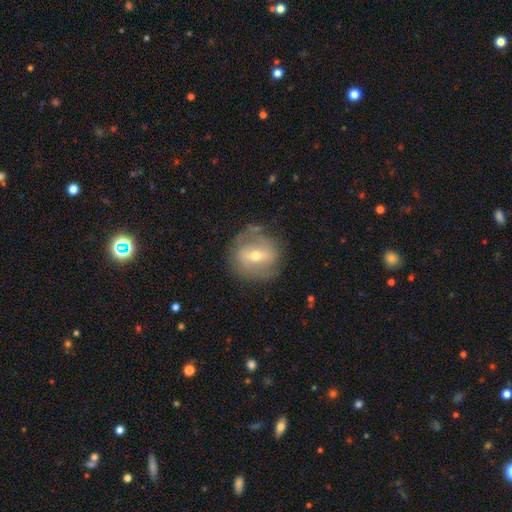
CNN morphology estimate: Q: Smooth or featured?
A: featured or disk (57%); runner-up: smooth (35%)
Q: Edge-on disk?
A: no (92%); runner-up: yes (8%)
Q: Bar?
A: weak (40%); runner-up: strong (38%)
Q: Spiral arms?
A: no (55%); runner-up: yes (45%)
Q: Bulge size?
A: moderate (56%); runner-up: small (40%)
Q: Merging?
A: none (73%); runner-up: minor disturbance (17%)